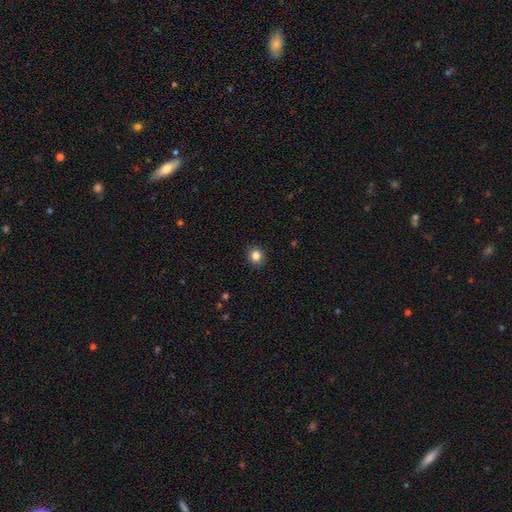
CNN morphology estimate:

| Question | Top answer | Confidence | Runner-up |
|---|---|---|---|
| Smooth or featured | smooth | 84% | star or artifact (11%) |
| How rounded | round | 83% | in between (16%) |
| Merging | none | 91% | minor disturbance (7%) |